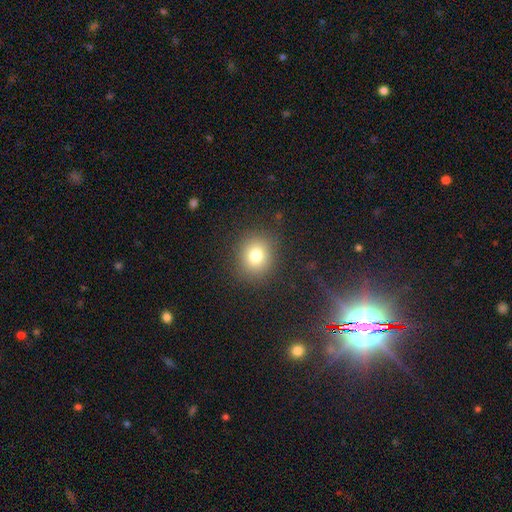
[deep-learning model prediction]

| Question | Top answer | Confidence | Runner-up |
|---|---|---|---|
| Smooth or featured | smooth | 78% | star or artifact (13%) |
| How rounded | round | 80% | in between (19%) |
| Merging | none | 87% | minor disturbance (8%) |